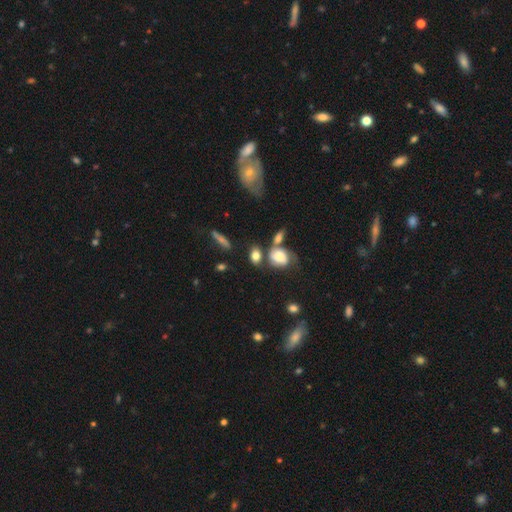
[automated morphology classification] Smooth or featured? Predicted: smooth (p=0.69). How rounded? Predicted: in between (p=0.69). Merging? Predicted: none (p=0.43).